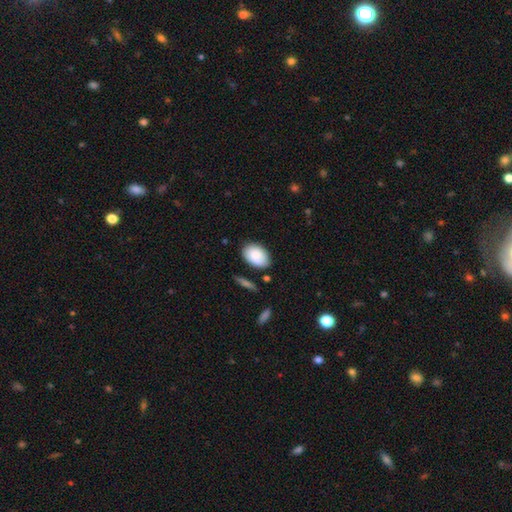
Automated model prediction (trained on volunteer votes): The model was most divided on "merging": none: 74%, minor disturbance: 18%, merger: 4%, major disturbance: 4%. More confident: how rounded — in between (90%); smooth or featured — smooth (85%).